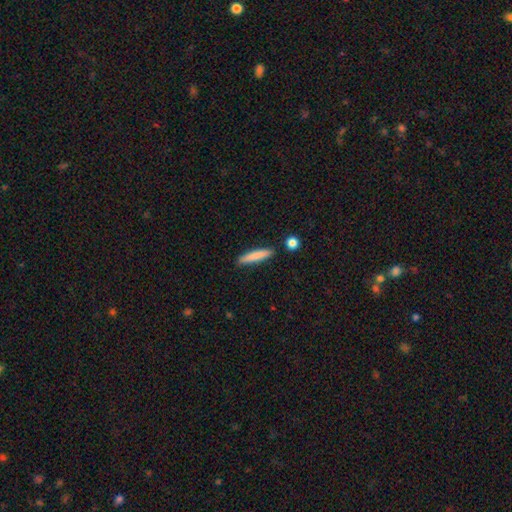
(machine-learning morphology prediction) smooth 80%, featured or disk 13%, star or artifact 6%. Down the decision tree: how rounded — cigar-shaped (90%); merging — none (86%).